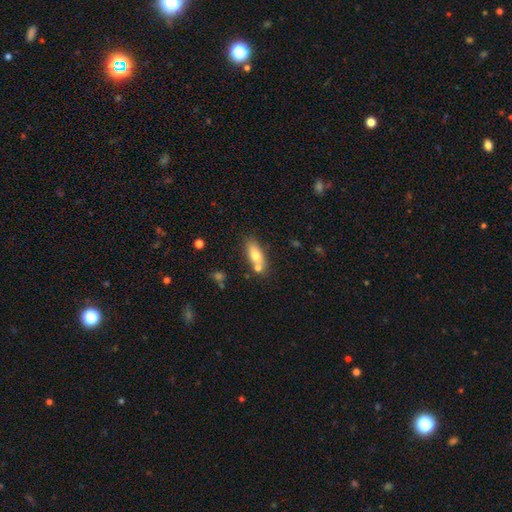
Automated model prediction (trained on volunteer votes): The model was most divided on "merging": none: 61%, merger: 22%, minor disturbance: 14%, major disturbance: 4%. More confident: how rounded — in between (73%); smooth or featured — smooth (72%).